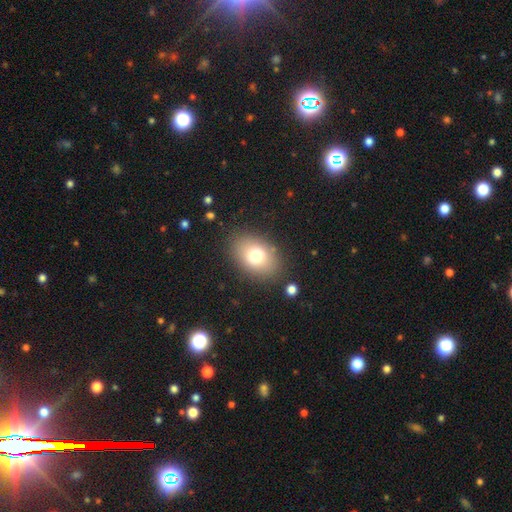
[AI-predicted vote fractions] This is likely a smooth galaxy (74%). How rounded: likely in between (75%). Merging: clearly none (84%).